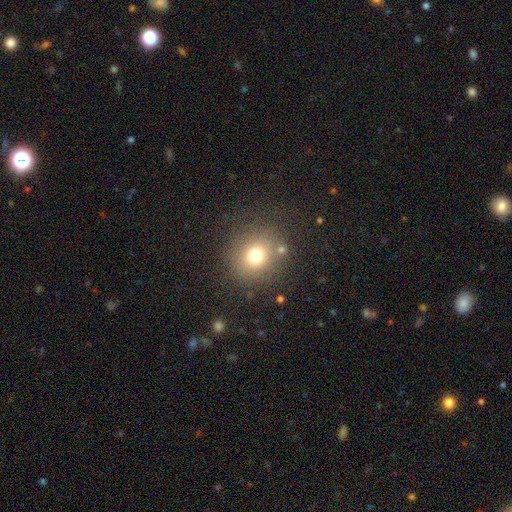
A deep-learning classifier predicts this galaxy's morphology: Overall: smooth (72%). How rounded: round (84%). Merging: none (79%).